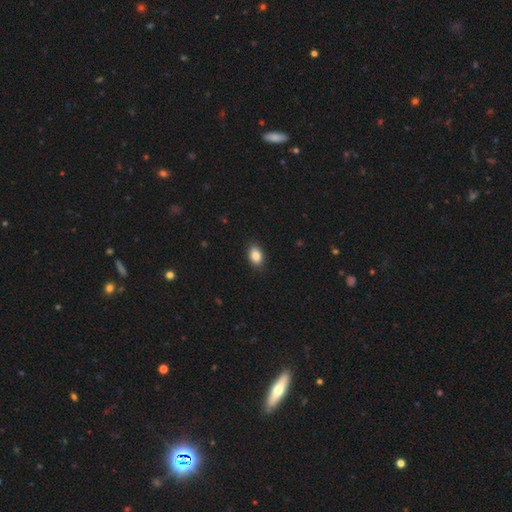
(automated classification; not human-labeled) A smooth galaxy with no disk features (85%) that is in between round and cigar-shaped (86%).

Vote fractions:
- Smooth or featured? smooth: 85% / star or artifact: 8% / featured or disk: 6%
- How rounded? in between: 86% / round: 12% / cigar-shaped: 2%
- Merging? none: 88% / minor disturbance: 9% / major disturbance: 2% / merger: 1%